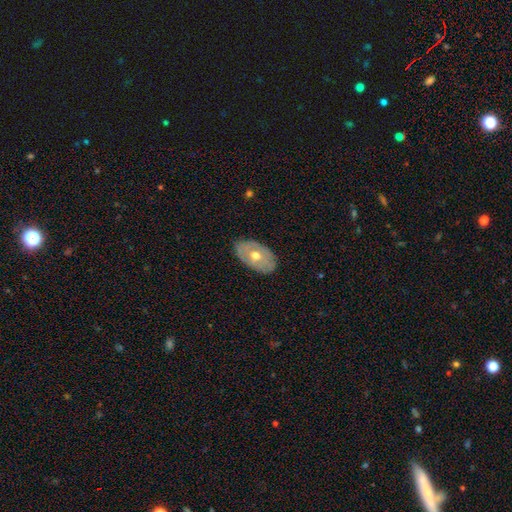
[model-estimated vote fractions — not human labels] This appears to be a featured or disk galaxy (51%). Merging: none (82%).